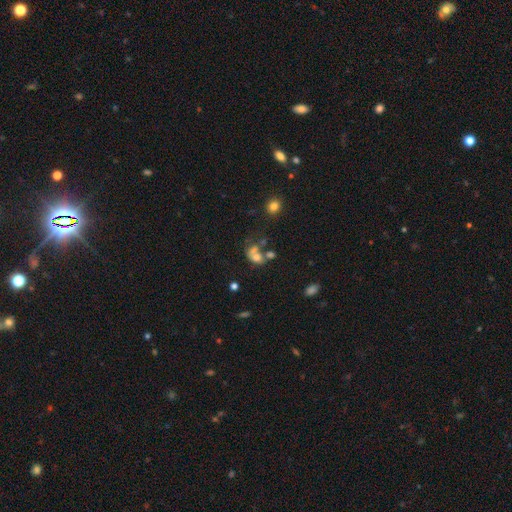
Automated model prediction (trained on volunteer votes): Smooth or featured? Predicted: smooth (p=0.57). How rounded? Predicted: in between (p=0.65). Merging? Predicted: merger (p=0.50).